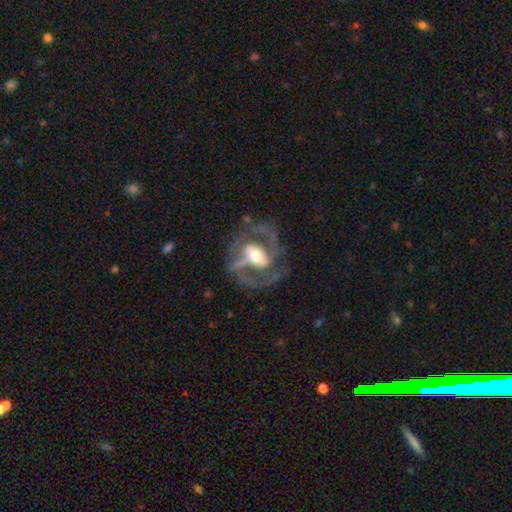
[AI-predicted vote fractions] featured or disk 83%, smooth 12%, star or artifact 5%. Down the decision tree: edge-on disk — no (94%); bar — strong (46%); spiral arms — yes (77%); spiral arm count — 2 (80%); spiral winding — medium (52%); bulge size — moderate (67%); merging — none (65%).